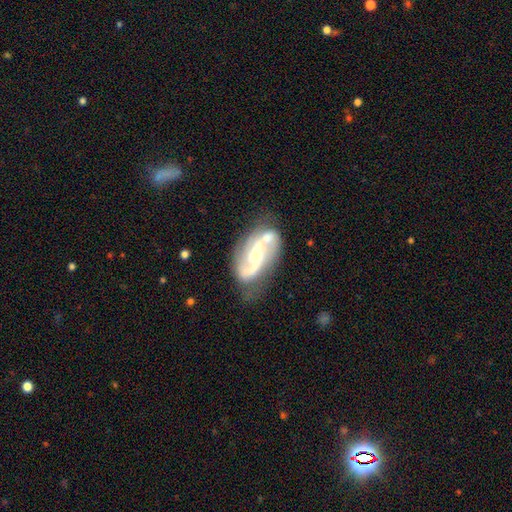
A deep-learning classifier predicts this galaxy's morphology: The model was most divided on "spiral winding": loose: 44%, medium: 43%, tight: 13%. Remaining: edge-on disk — no (96%); spiral arms — yes (95%); spiral arm count — 2 (88%); smooth or featured — featured or disk (85%); merging — none (58%); bulge size — moderate (45%); bar — no (42%).